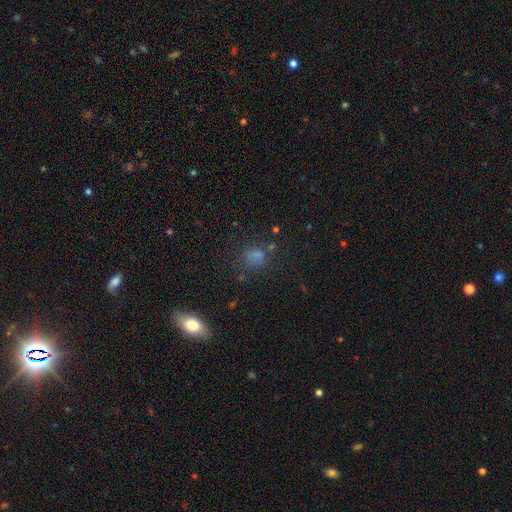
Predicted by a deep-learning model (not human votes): Smooth or featured? Predicted: smooth (p=0.63). How rounded? Predicted: round (p=0.56). Merging? Predicted: none (p=0.71).